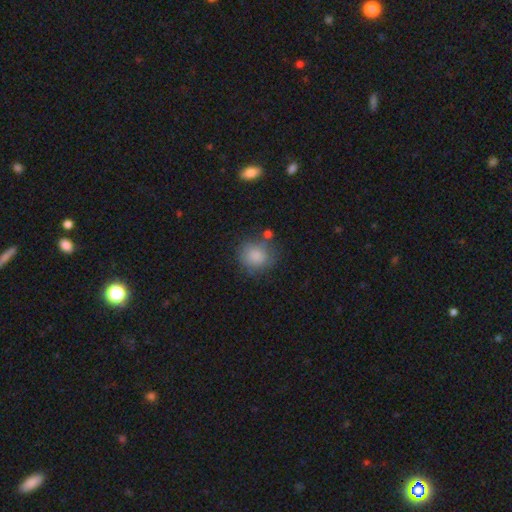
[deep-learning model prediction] smooth 83%, star or artifact 8%, featured or disk 8%. Down the decision tree: how rounded — round (81%); merging — none (64%).